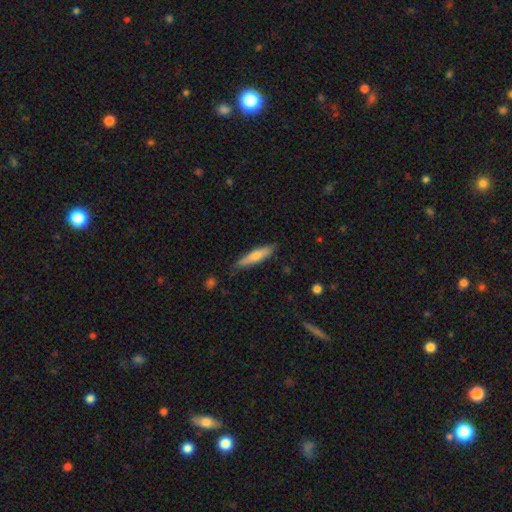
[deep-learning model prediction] This appears to be a smooth galaxy with no disk features (66%) that is cigar-shaped (81%). Merging: none (84%).